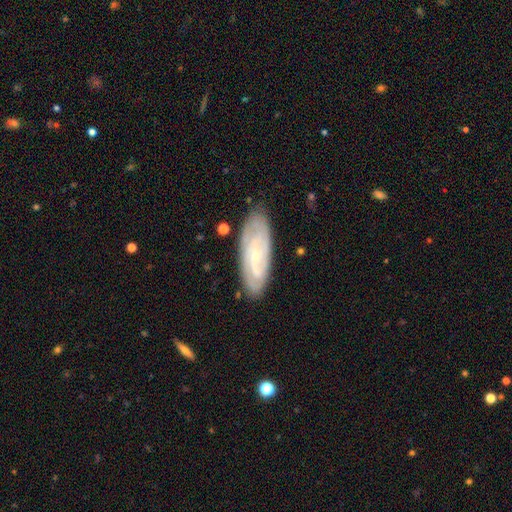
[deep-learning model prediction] This appears to be a featured or disk galaxy (72%) with no bar (58%), tight (63%) spiral arms (90%) and a small central bulge (79%). Merging: none (81%).